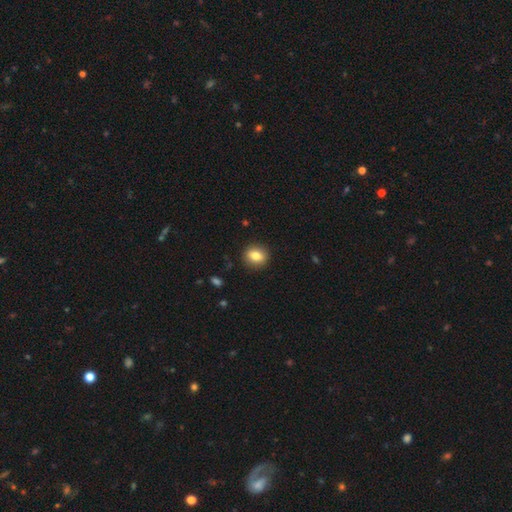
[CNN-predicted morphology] Q: Smooth or featured?
A: smooth (79%); runner-up: featured or disk (12%)
Q: How rounded?
A: round (70%); runner-up: in between (29%)
Q: Merging?
A: none (90%); runner-up: minor disturbance (7%)